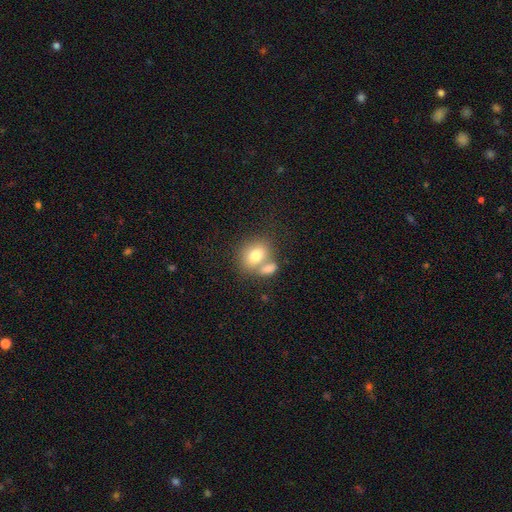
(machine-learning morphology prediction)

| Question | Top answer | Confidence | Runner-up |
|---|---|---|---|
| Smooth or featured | smooth | 76% | featured or disk (15%) |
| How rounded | in between | 55% | round (44%) |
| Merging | merger | 44% | none (42%) |